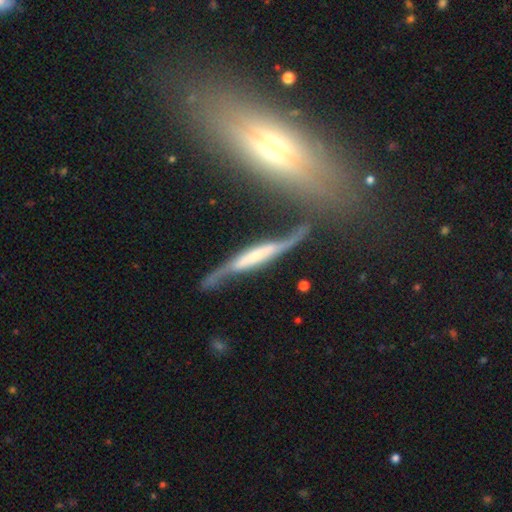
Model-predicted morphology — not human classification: smooth-or-featured: featured or disk: 77% | smooth: 17% | star or artifact: 6%
  disk-edge-on: yes: 57% | no: 43%
  merging: none: 45% | minor disturbance: 22% | major disturbance: 17% | merger: 16%